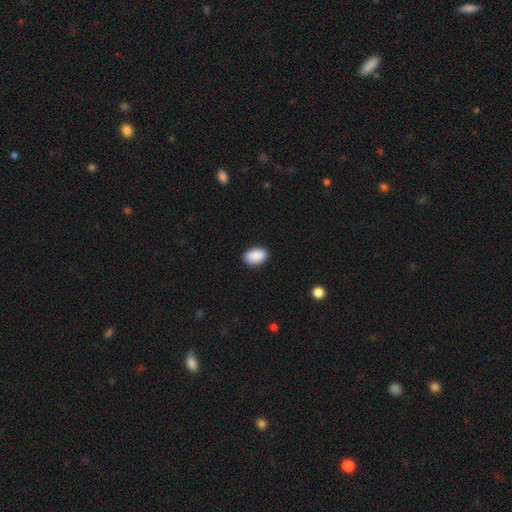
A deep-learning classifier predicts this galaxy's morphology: smooth-or-featured: smooth: 91% | star or artifact: 6% | featured or disk: 3%
  how-rounded: in between: 91% | round: 8% | cigar-shaped: 1%
  merging: none: 90% | minor disturbance: 7% | major disturbance: 2% | merger: 1%